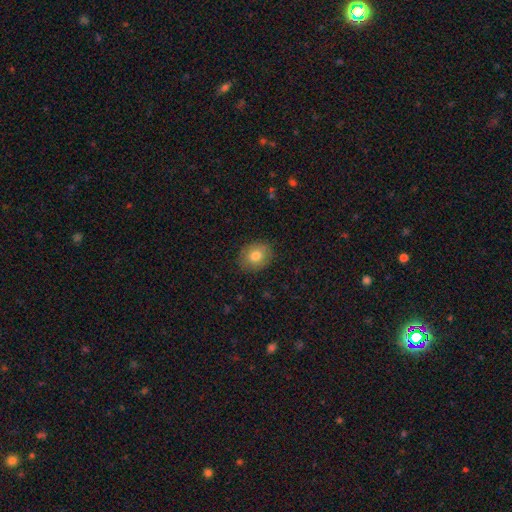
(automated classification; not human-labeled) Overall: smooth (79%). How rounded: round (58%; in between 41%). Merging: none (87%).